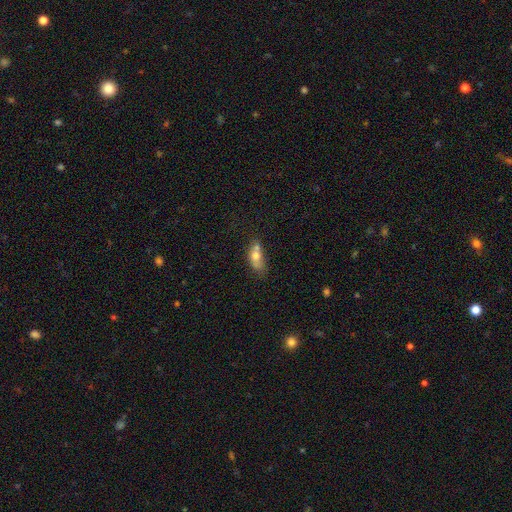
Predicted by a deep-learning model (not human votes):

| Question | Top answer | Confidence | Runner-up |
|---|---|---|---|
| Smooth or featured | smooth | 64% | featured or disk (26%) |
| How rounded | in between | 74% | round (15%) |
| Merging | merger | 42% | none (32%) |